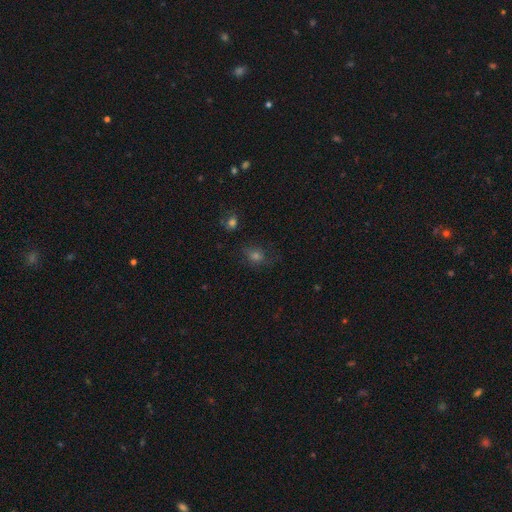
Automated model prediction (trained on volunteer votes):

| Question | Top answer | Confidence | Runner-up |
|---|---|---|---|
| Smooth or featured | smooth | 54% | star or artifact (32%) |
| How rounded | round | 60% | in between (38%) |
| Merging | none | 69% | minor disturbance (18%) |